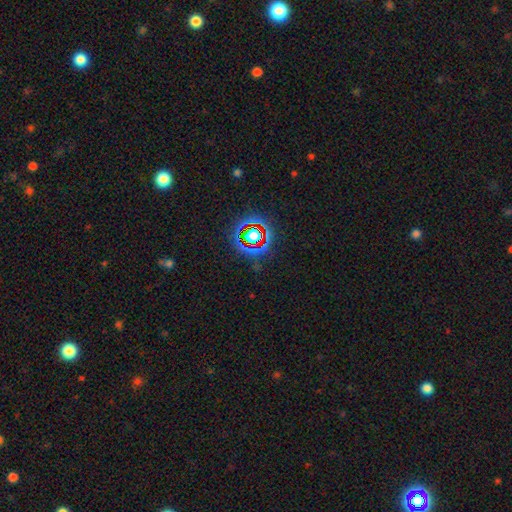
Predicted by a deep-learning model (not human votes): Smooth or featured? Predicted: star or artifact (p=0.75).